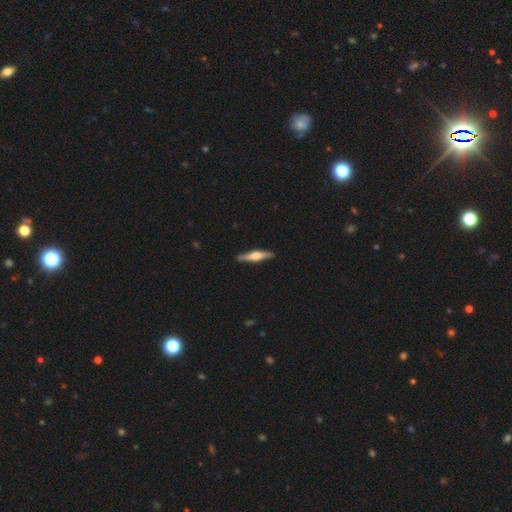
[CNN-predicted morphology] A featured or disk galaxy (67%) viewed edge-on (97%) with a rounded central bulge (88%).

Vote fractions:
- Smooth or featured? featured or disk: 67% / smooth: 28% / star or artifact: 5%
- Edge-on disk? yes: 97% / no: 3%
- Edge-on bulge? rounded: 88% / boxy: 10% / none: 3%
- Merging? none: 89% / minor disturbance: 9% / major disturbance: 2% / merger: 1%